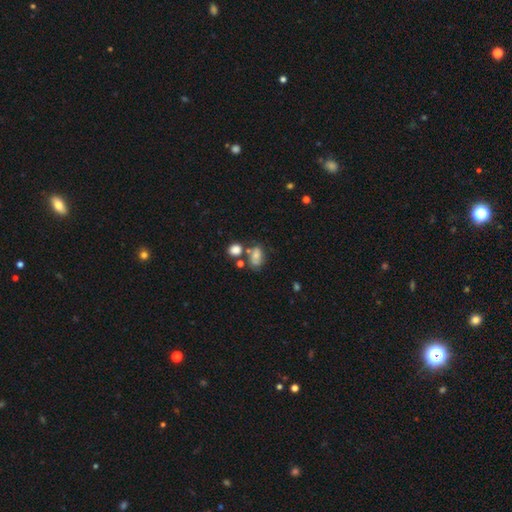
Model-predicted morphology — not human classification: Smooth or featured? smooth (62%)
How rounded? in between (76%)
Merging? none (44%)